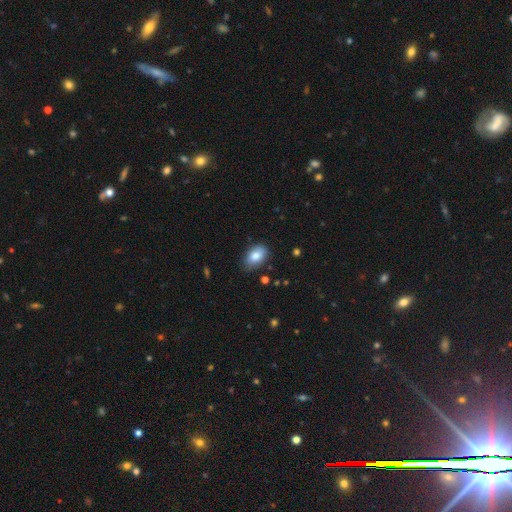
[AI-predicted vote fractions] The model was most divided on "merging": none: 77%, minor disturbance: 18%, major disturbance: 3%, merger: 1%. More confident: how rounded — in between (90%); smooth or featured — smooth (83%).